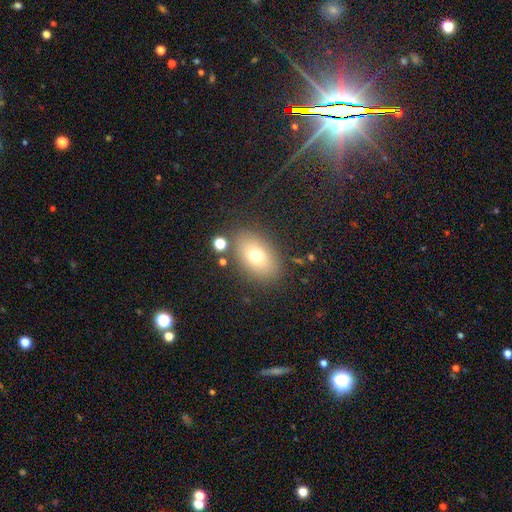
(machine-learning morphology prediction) Overall: smooth (72%). How rounded: in between (83%). Merging: none (81%).